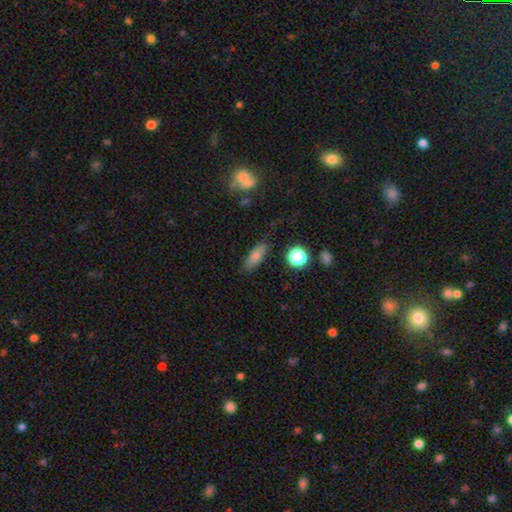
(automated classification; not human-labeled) Q: Smooth or featured?
A: smooth (69%); runner-up: featured or disk (18%)
Q: How rounded?
A: in between (61%); runner-up: cigar-shaped (33%)
Q: Merging?
A: none (81%); runner-up: minor disturbance (13%)